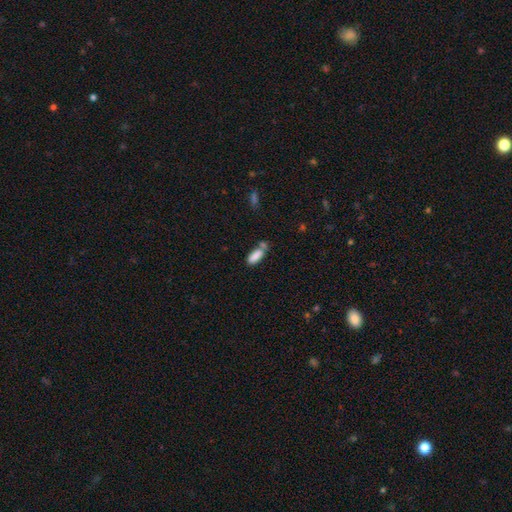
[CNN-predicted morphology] Smooth or featured?
  - smooth: 84% *
  - star or artifact: 8%
  - featured or disk: 8%
How rounded?
  - in between: 66% *
  - cigar-shaped: 32%
  - round: 2%
Merging?
  - none: 47% *
  - merger: 30%
  - minor disturbance: 17%
  - major disturbance: 5%